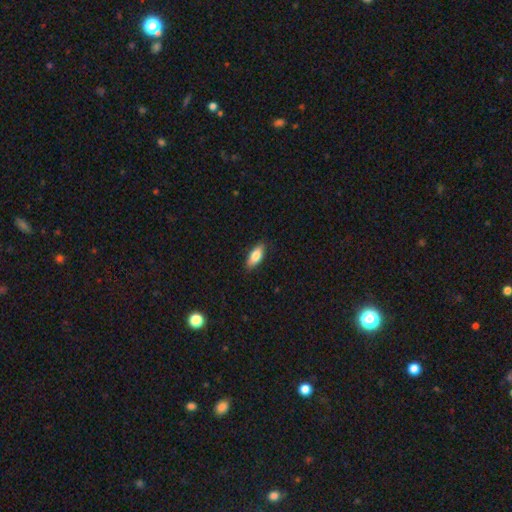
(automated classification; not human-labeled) This is clearly a smooth galaxy (80%). How rounded: likely in between (79%). Merging: clearly none (86%).